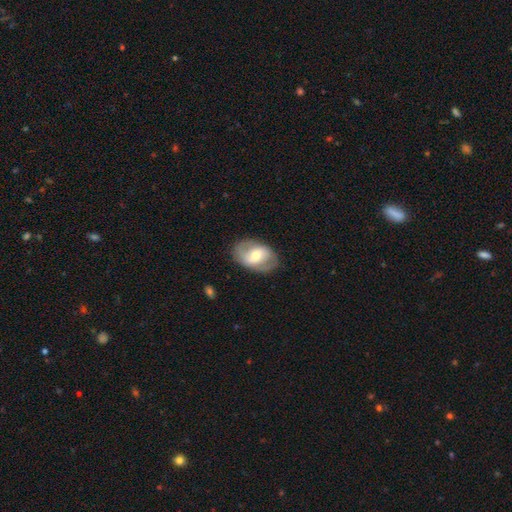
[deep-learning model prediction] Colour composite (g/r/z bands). It shows a featured or disk galaxy (59%) with a weak bar (40%), spiral arms (60%) and a moderate central bulge (66%). Merging: none (80%).